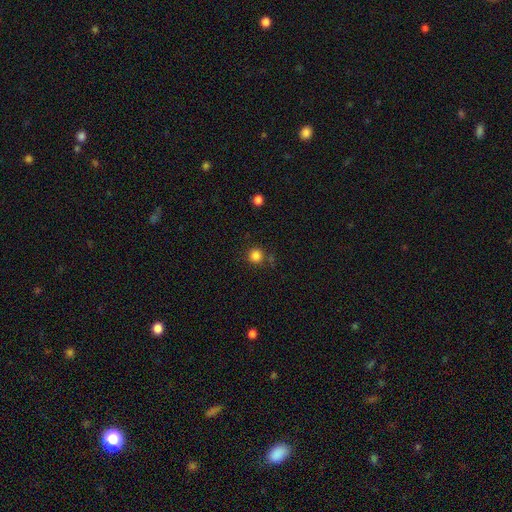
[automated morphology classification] smooth_or_featured: smooth (p=0.84) [alt: star or artifact p=0.12]
how_rounded: round (p=0.95) [alt: in between p=0.04]
merging: none (p=0.84) [alt: minor disturbance p=0.08]